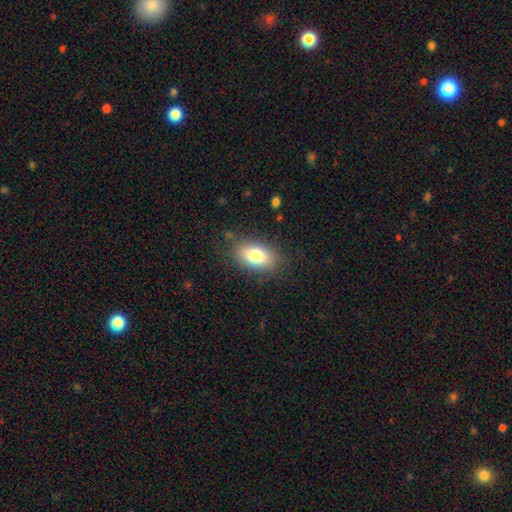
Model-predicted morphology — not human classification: The model was most divided on "smooth or featured": smooth: 79%, featured or disk: 13%, star or artifact: 8%. More confident: how rounded — in between (90%); merging — none (82%).